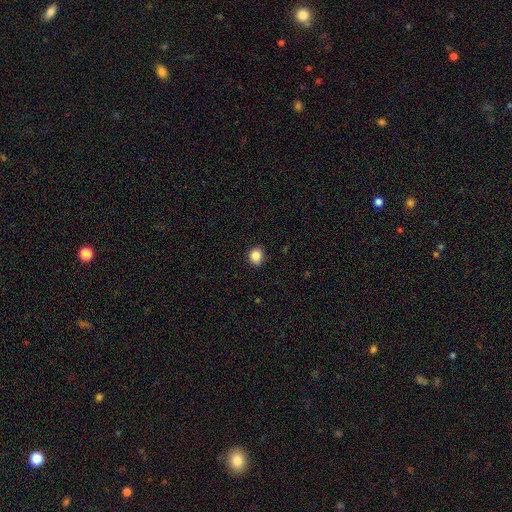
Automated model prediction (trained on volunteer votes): Smooth or featured? smooth (86%)
How rounded? round (73%)
Merging? none (87%)